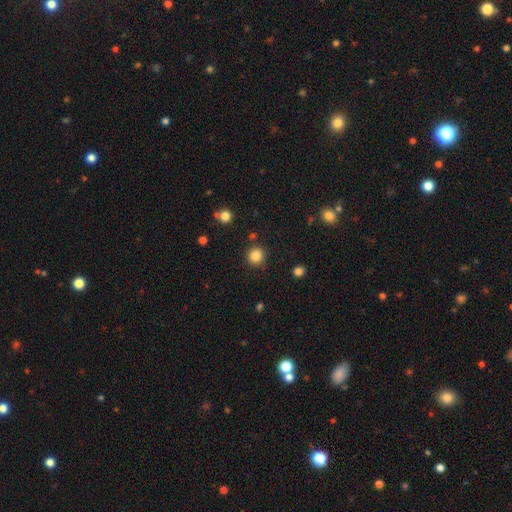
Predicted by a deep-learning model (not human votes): Overall: smooth (84%). How rounded: round (94%). Merging: none (89%).